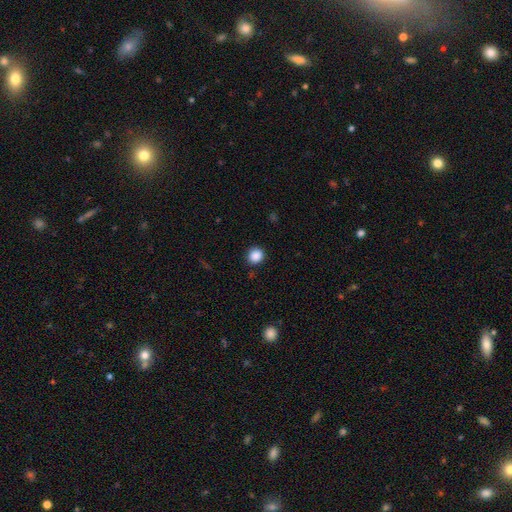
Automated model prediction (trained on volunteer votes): Smooth or featured? smooth (88%)
How rounded? round (87%)
Merging? none (89%)